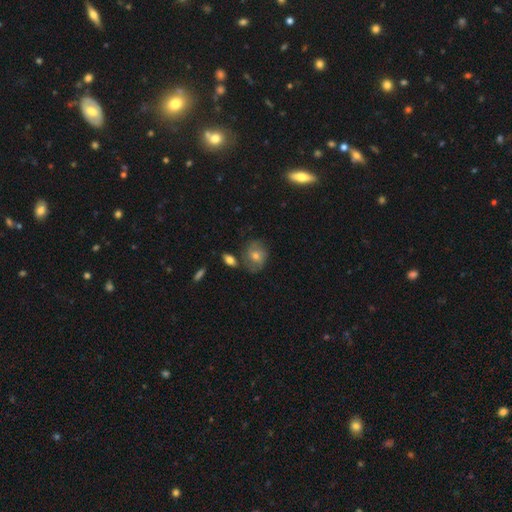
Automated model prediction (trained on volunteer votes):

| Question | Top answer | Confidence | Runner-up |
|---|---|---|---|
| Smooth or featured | featured or disk | 45% | smooth (43%) |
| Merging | none | 69% | minor disturbance (18%) |